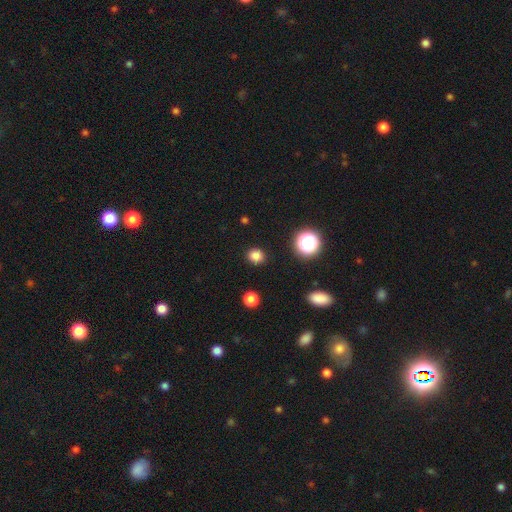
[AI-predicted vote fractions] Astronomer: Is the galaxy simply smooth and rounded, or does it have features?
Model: smooth — 82%.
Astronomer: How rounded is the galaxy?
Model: round — 78%.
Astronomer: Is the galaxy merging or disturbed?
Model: none — 89%.